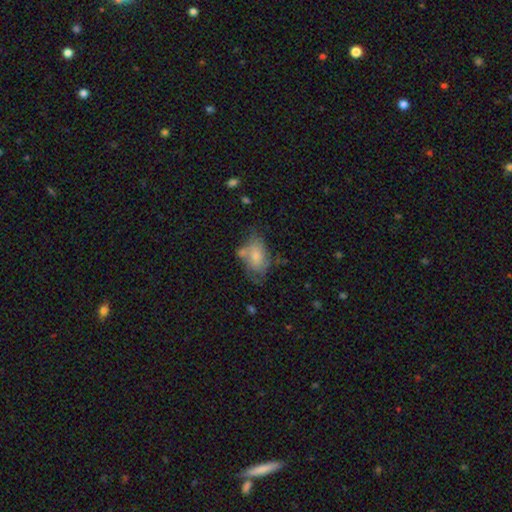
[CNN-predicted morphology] smooth-or-featured: smooth: 56% | featured or disk: 36% | star or artifact: 8%
  how-rounded: in between: 83% | round: 15% | cigar-shaped: 2%
  merging: none: 36% | minor disturbance: 29% | major disturbance: 20% | merger: 15%